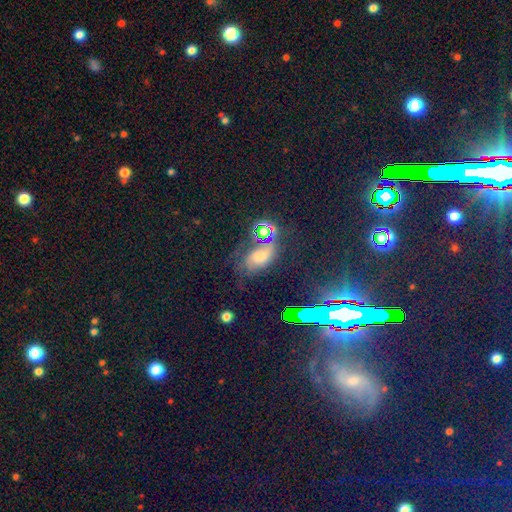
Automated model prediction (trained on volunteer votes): This appears to be a star or artifact, not a galaxy (34%, tied with featured or disk).